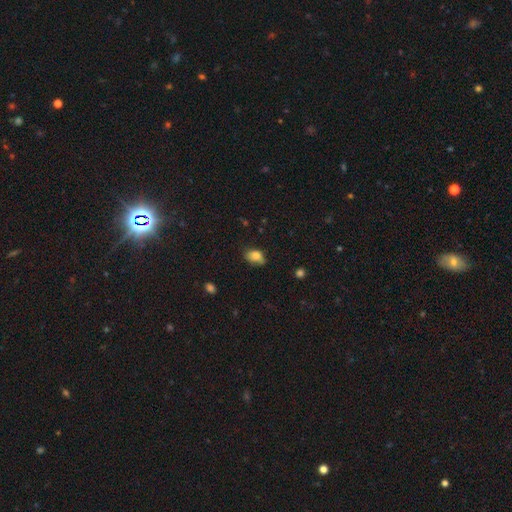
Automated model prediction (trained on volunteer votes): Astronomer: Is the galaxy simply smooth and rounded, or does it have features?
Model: smooth — 82%.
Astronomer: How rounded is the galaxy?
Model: in between — 82%.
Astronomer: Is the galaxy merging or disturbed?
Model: none — 60%.